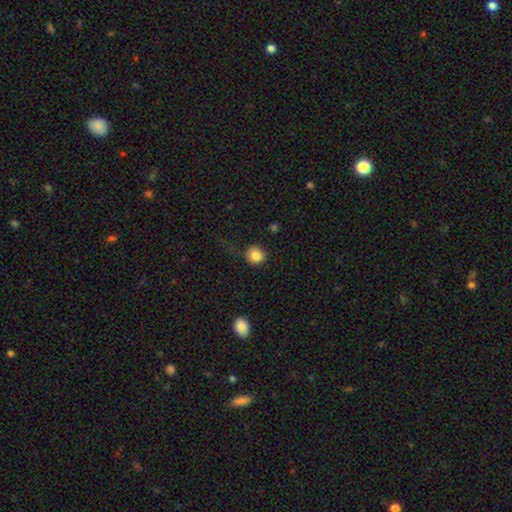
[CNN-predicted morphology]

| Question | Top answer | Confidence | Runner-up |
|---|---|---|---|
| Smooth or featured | smooth | 85% | star or artifact (10%) |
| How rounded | round | 90% | in between (9%) |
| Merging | none | 76% | minor disturbance (15%) |